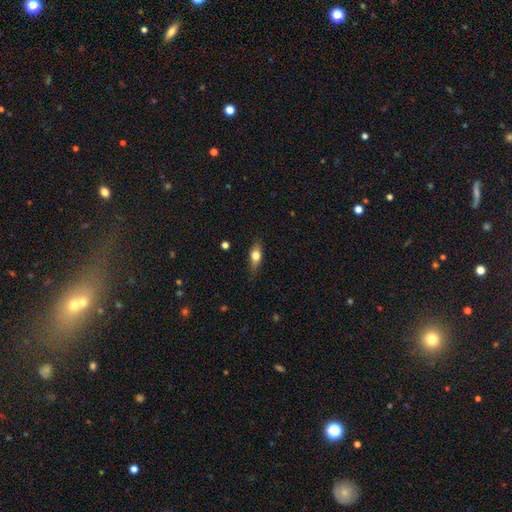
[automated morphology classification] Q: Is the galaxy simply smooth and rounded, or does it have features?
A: smooth — 61%.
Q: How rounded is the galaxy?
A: in between — 66%.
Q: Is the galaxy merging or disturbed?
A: none — 80%.